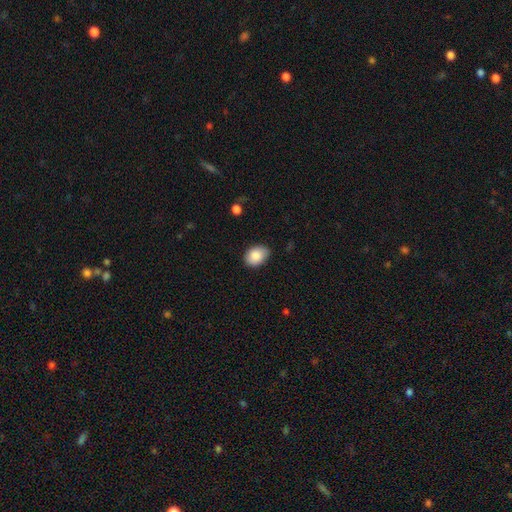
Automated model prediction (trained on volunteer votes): A smooth galaxy with no disk features (87%) that is in between round and cigar-shaped (75%).

Vote fractions:
- Smooth or featured? smooth: 87% / star or artifact: 7% / featured or disk: 6%
- How rounded? in between: 75% / round: 24% / cigar-shaped: 1%
- Merging? none: 82% / minor disturbance: 15% / major disturbance: 2% / merger: 1%